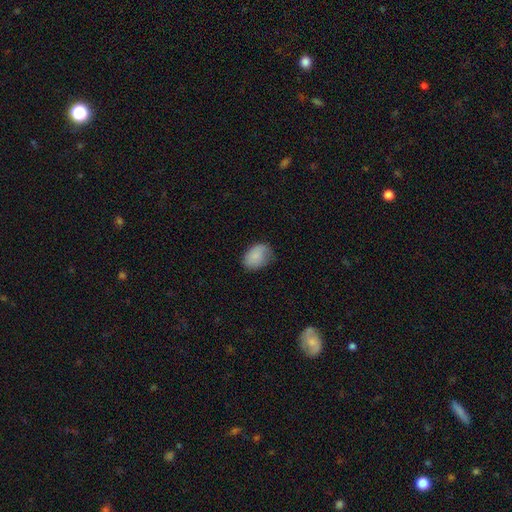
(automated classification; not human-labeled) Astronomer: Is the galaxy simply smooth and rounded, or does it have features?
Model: smooth — 80%.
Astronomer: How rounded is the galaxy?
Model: in between — 77%.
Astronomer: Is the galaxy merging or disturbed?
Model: none — 54% (runner-up: minor disturbance, 33%).